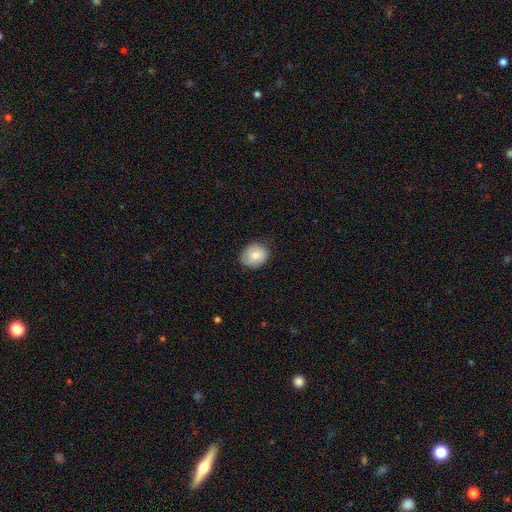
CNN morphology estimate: Smooth or featured? Predicted: smooth (p=0.78). How rounded? Predicted: round (p=0.57). Merging? Predicted: none (p=0.72).